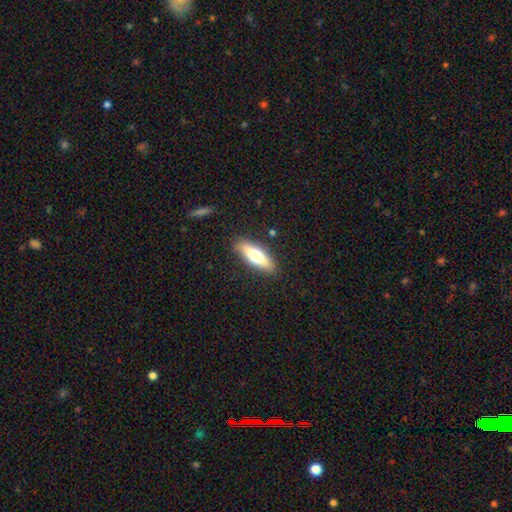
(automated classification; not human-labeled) This appears to be a smooth galaxy with no disk features (54%) that is cigar-shaped (51%). Merging: none (87%).